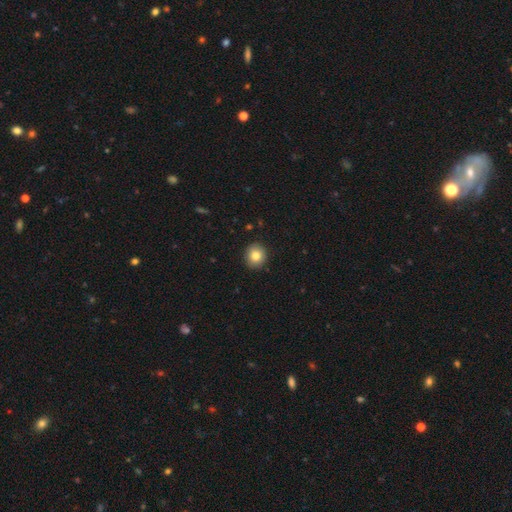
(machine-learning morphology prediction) Smooth or featured? smooth (82%)
How rounded? round (85%)
Merging? none (91%)